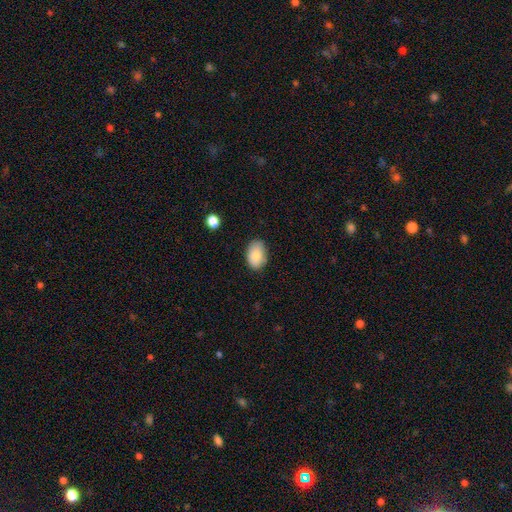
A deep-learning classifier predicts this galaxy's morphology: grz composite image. It shows a smooth galaxy with no disk features (86%) that is in between round and cigar-shaped (89%). Merging: none (79%).